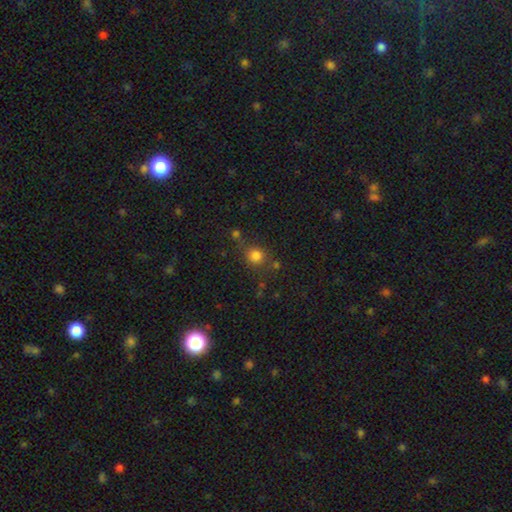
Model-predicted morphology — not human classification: A smooth galaxy with no disk features (80%) that is round (88%).

Vote fractions:
- Smooth or featured? smooth: 80% / star or artifact: 15% / featured or disk: 6%
- How rounded? round: 88% / in between: 11% / cigar-shaped: 1%
- Merging? none: 69% / merger: 13% / minor disturbance: 12% / major disturbance: 6%